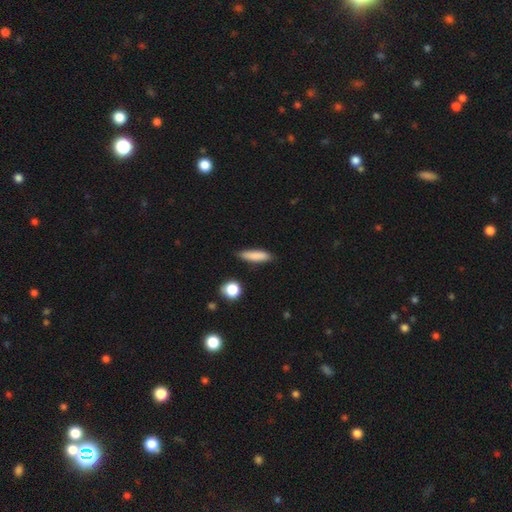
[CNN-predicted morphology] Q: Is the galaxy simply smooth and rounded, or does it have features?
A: smooth — 84%.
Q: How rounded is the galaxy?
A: cigar-shaped — 70%.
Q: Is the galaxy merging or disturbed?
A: none — 83%.